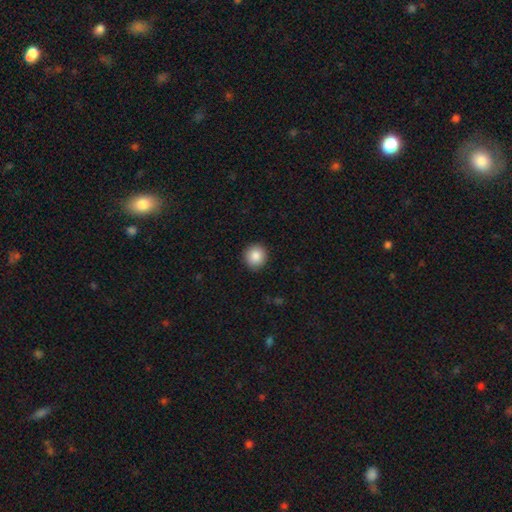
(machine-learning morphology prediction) A smooth galaxy with no disk features (87%) that is round (91%). Merging: none (91%).